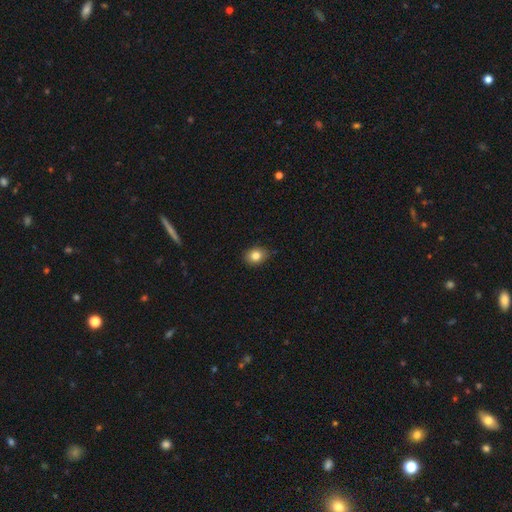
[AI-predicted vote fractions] Morphology: type=smooth (82%); roundness=in between (53%); merging=none (83%).